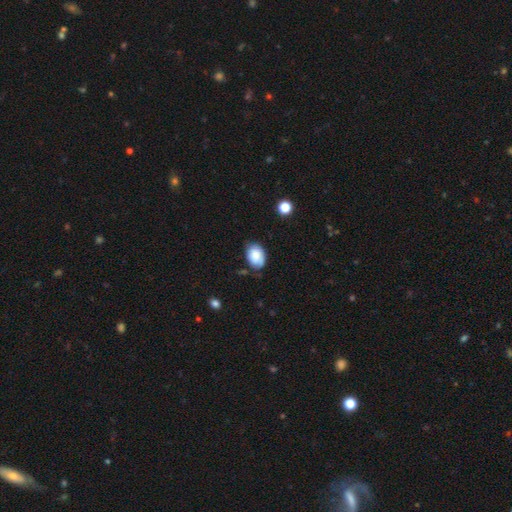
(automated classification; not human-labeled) smooth-or-featured: smooth: 81% | featured or disk: 11% | star or artifact: 8%
  how-rounded: in between: 81% | round: 18% | cigar-shaped: 1%
  merging: none: 63% | minor disturbance: 29% | major disturbance: 5% | merger: 3%